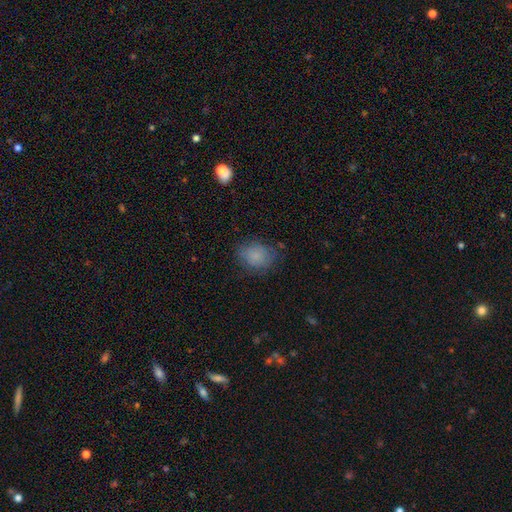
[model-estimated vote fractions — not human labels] Overall: smooth (82%). How rounded: round (59%; in between 40%). Merging: none (73%).